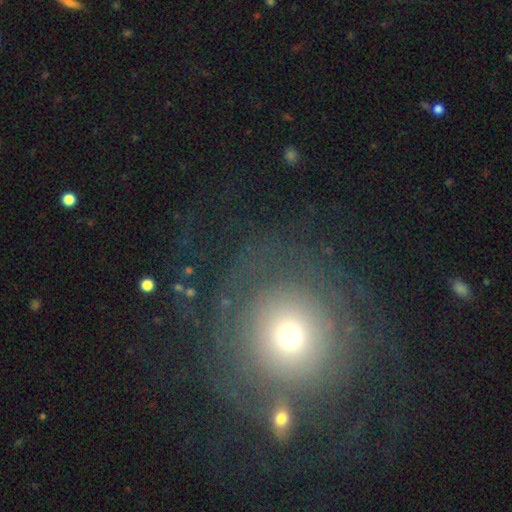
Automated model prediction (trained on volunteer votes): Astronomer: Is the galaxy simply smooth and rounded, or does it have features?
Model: featured or disk — 44% (runner-up: smooth, 40%).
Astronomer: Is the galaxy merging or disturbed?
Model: none — 71%.